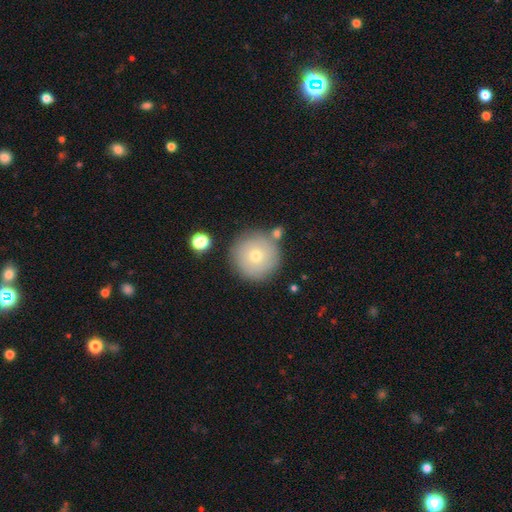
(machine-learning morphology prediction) smooth_or_featured: smooth (p=0.70) [alt: featured or disk p=0.21]
how_rounded: round (p=0.97) [alt: in between p=0.02]
merging: none (p=0.80) [alt: minor disturbance p=0.10]